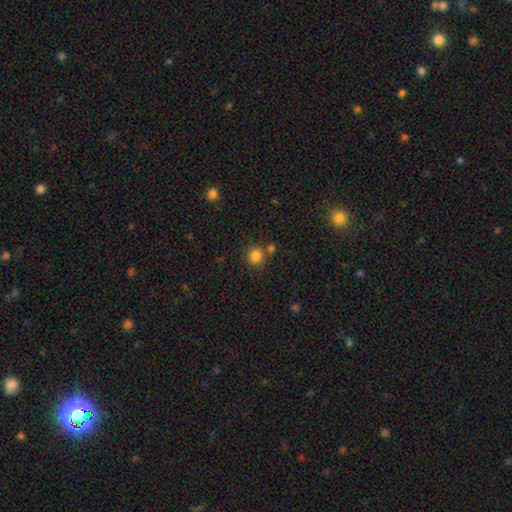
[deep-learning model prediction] Smooth or featured? smooth (84%)
How rounded? round (92%)
Merging? none (69%)